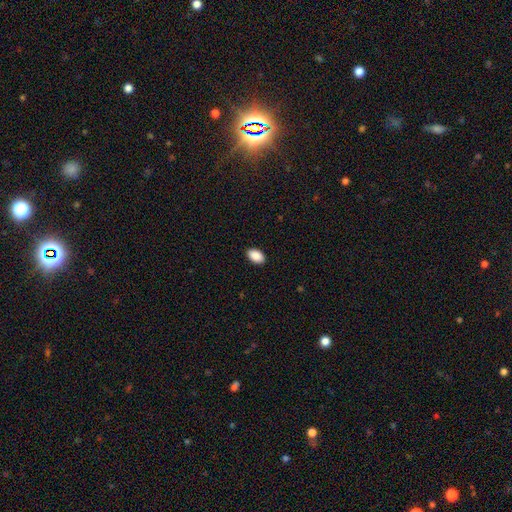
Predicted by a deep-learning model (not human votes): smooth-or-featured: smooth: 90% | star or artifact: 7% | featured or disk: 3%
  how-rounded: in between: 93% | round: 6% | cigar-shaped: 1%
  merging: none: 90% | minor disturbance: 8% | major disturbance: 2% | merger: 1%